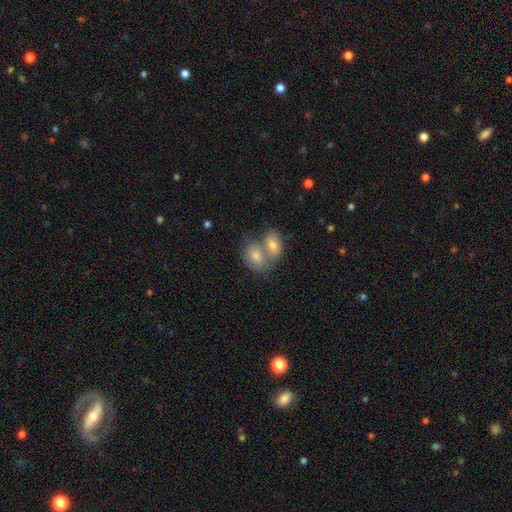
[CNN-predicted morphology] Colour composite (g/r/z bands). It shows a smooth galaxy with no disk features (77%) that is in between round and cigar-shaped (76%). Merging: merger (69%).